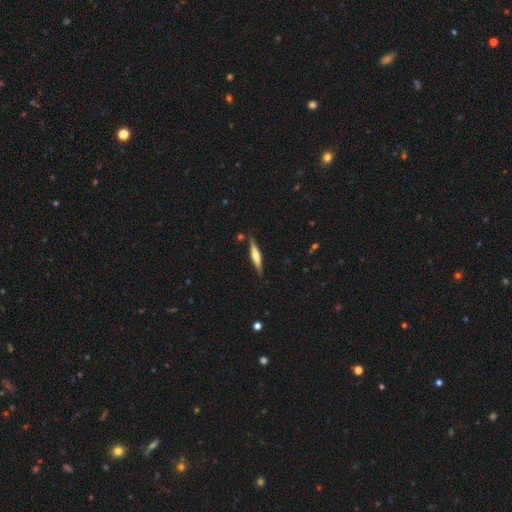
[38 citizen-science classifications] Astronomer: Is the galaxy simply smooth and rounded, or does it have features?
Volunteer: featured or disk — 71%.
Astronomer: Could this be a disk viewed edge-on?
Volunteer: yes — 96%.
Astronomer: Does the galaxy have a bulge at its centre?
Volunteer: rounded — 81%.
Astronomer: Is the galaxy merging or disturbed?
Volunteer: none — 86%.